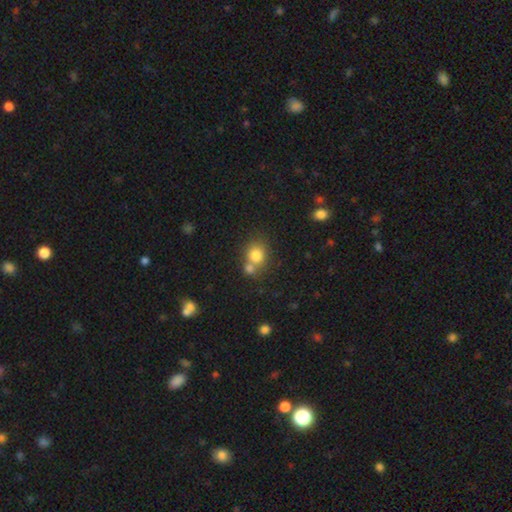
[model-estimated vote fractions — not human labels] A smooth galaxy with no disk features (79%) that is round (74%).

Vote fractions:
- Smooth or featured? smooth: 79% / star or artifact: 11% / featured or disk: 9%
- How rounded? round: 74% / in between: 25% / cigar-shaped: 1%
- Merging? none: 49% / merger: 37% / minor disturbance: 10% / major disturbance: 4%